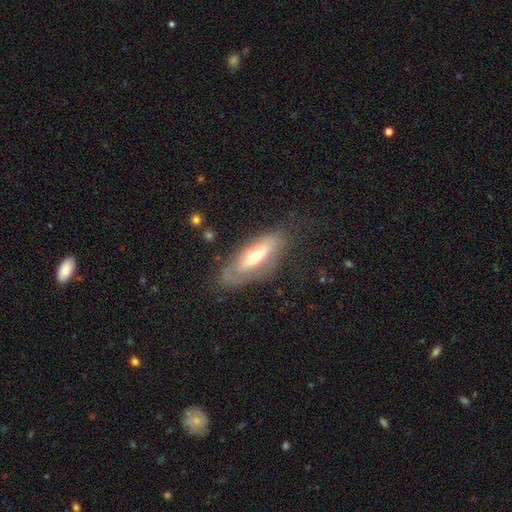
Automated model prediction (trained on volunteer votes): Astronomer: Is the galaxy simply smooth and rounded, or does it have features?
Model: featured or disk — 51% (runner-up: smooth, 43%).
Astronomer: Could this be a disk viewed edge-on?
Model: no — 60% (runner-up: yes, 40%).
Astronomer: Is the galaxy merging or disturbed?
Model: none — 62%.